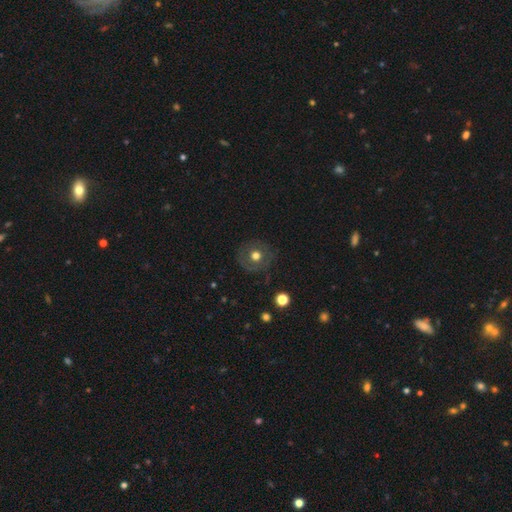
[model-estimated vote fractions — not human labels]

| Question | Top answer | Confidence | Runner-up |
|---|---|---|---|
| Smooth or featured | smooth | 54% | featured or disk (35%) |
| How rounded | round | 91% | in between (8%) |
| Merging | none | 82% | minor disturbance (11%) |